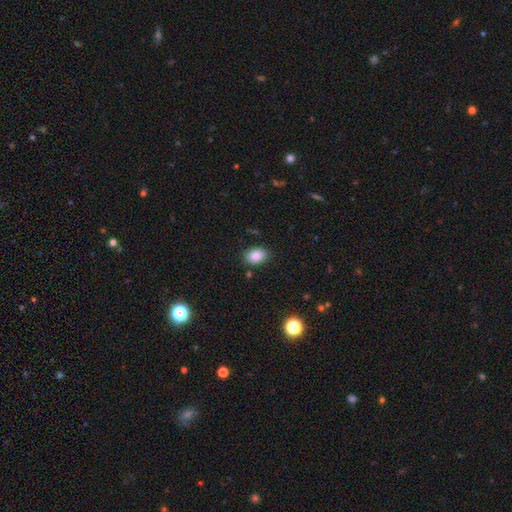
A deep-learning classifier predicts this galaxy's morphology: This appears to be a smooth galaxy with no disk features (85%) that is in between round and cigar-shaped (79%). Merging: none (85%).